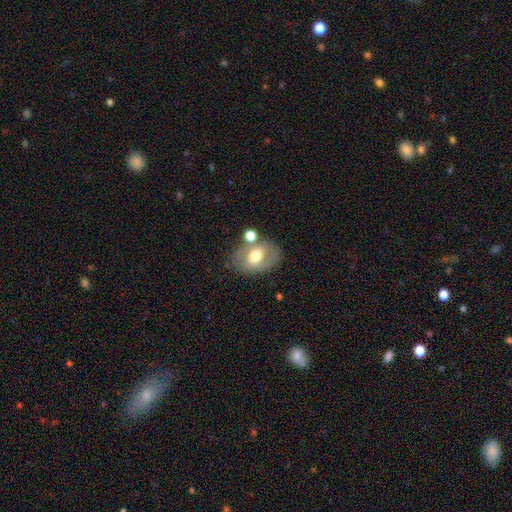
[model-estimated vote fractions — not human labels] This is possibly a smooth galaxy (50%). How rounded: likely in between (75%). Merging: likely none (61%).